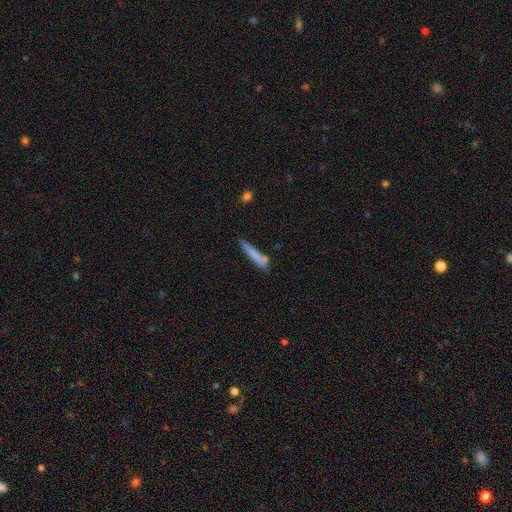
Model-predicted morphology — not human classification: smooth_or_featured: smooth (p=0.72) [alt: featured or disk p=0.21]
how_rounded: cigar-shaped (p=0.94) [alt: in between p=0.05]
merging: none (p=0.67) [alt: minor disturbance p=0.21]